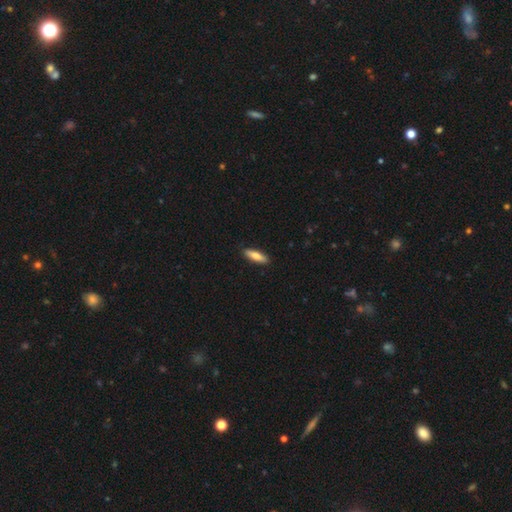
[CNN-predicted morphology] A smooth galaxy with no disk features (76%) that is cigar-shaped (61%). Merging: none (90%).